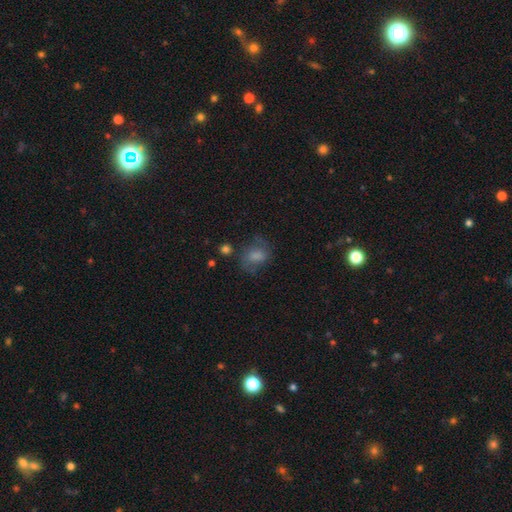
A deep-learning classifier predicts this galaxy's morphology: The model was most divided on "how rounded": in between: 55%, round: 43%, cigar-shaped: 1%. More confident: smooth or featured — smooth (59%); merging — none (55%).